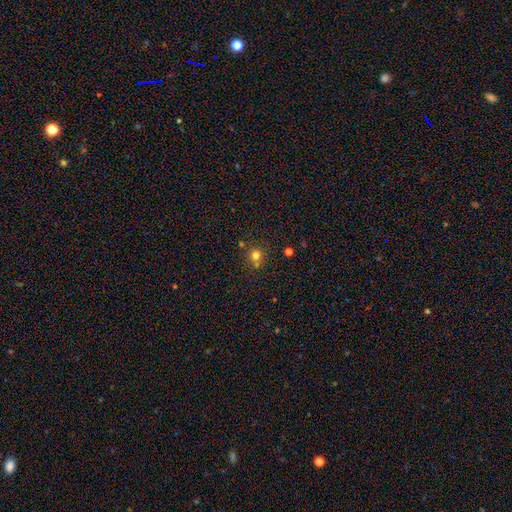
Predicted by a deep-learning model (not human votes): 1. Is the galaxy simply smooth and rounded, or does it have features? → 73% smooth, 18% star or artifact, 9% featured or disk.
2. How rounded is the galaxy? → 89% round, 10% in between, 1% cigar-shaped.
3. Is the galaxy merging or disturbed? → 66% none, 22% merger, 9% minor disturbance, 3% major disturbance.